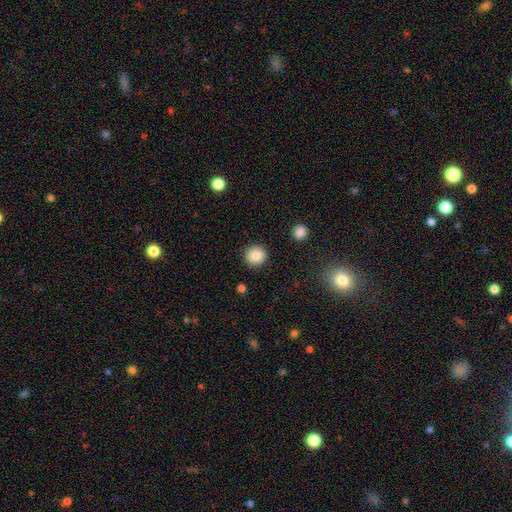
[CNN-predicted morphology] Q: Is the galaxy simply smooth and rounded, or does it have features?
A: smooth — 85%.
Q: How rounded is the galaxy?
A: round — 94%.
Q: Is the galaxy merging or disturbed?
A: none — 91%.